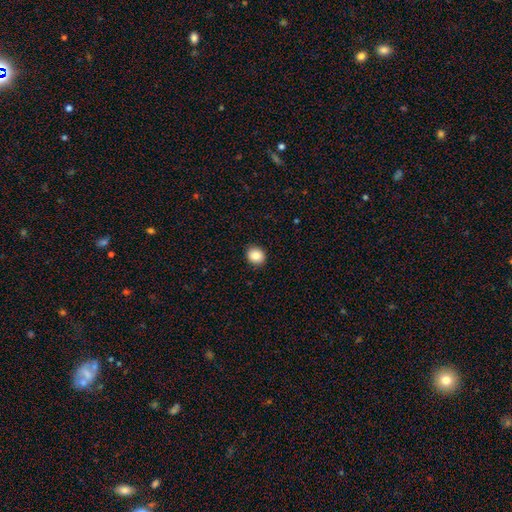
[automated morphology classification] This appears to be a smooth galaxy with no disk features (85%) that is round (74%). Merging: none (91%).